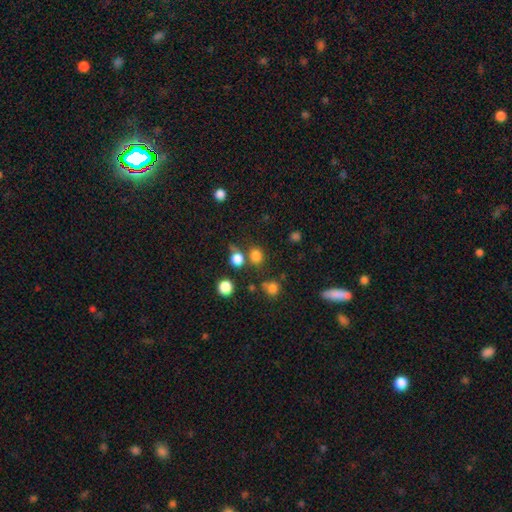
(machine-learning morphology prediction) A smooth galaxy with no disk features (77%) that is round (82%). Merging: none (71%).